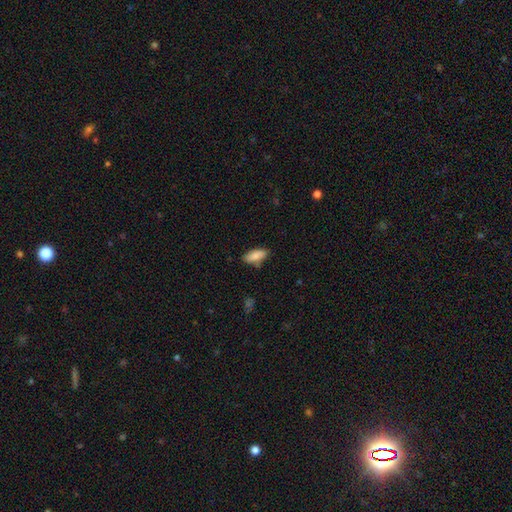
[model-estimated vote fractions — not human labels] Smooth or featured?
  - smooth: 86% *
  - featured or disk: 8%
  - star or artifact: 6%
How rounded?
  - in between: 83% *
  - cigar-shaped: 15%
  - round: 2%
Merging?
  - none: 76% *
  - minor disturbance: 17%
  - merger: 4%
  - major disturbance: 3%